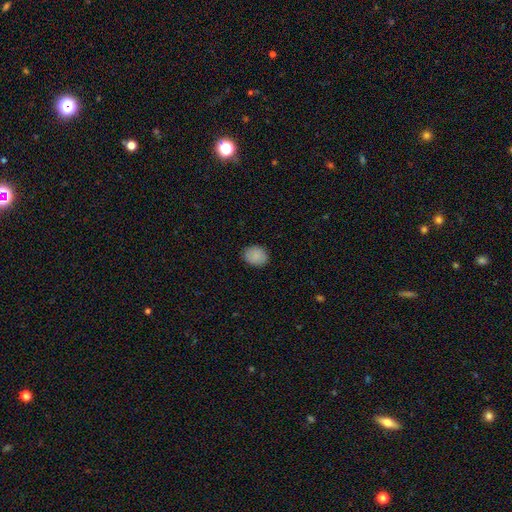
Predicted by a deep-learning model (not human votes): Morphology: type=smooth (88%); roundness=round (51%); merging=none (88%).